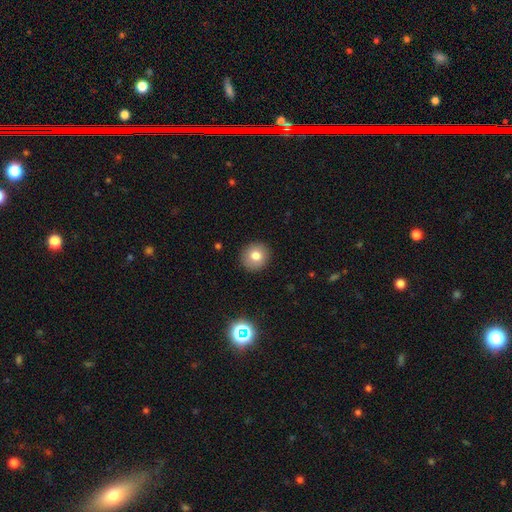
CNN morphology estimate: Overall: smooth (79%). How rounded: round (89%). Merging: none (90%).